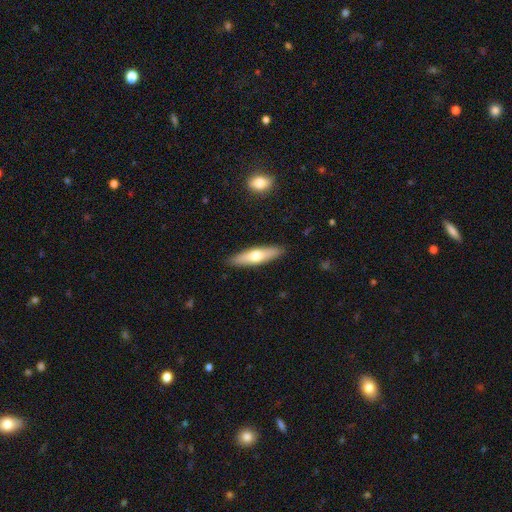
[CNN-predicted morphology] smooth_or_featured: smooth (p=0.59) [alt: featured or disk p=0.36]
how_rounded: cigar-shaped (p=0.68) [alt: in between p=0.30]
merging: none (p=0.89) [alt: minor disturbance p=0.08]